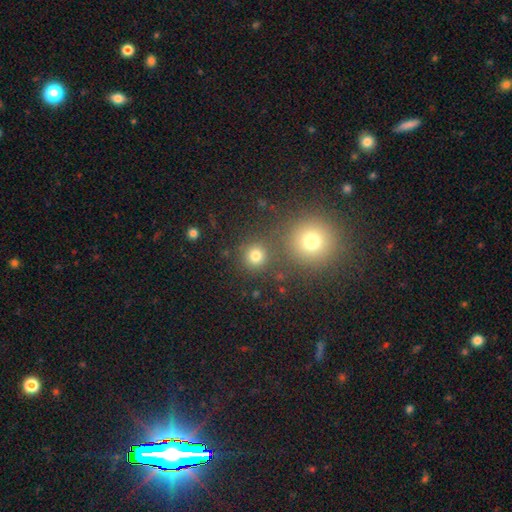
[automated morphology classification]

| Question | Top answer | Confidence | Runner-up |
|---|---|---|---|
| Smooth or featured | smooth | 77% | star or artifact (17%) |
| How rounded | round | 92% | in between (7%) |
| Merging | none | 77% | merger (14%) |